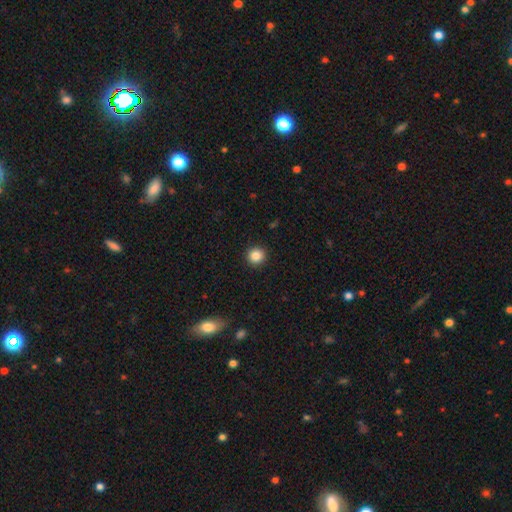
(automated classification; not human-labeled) smooth_or_featured: smooth (p=0.86) [alt: star or artifact p=0.10]
how_rounded: round (p=0.92) [alt: in between p=0.07]
merging: none (p=0.92) [alt: minor disturbance p=0.05]